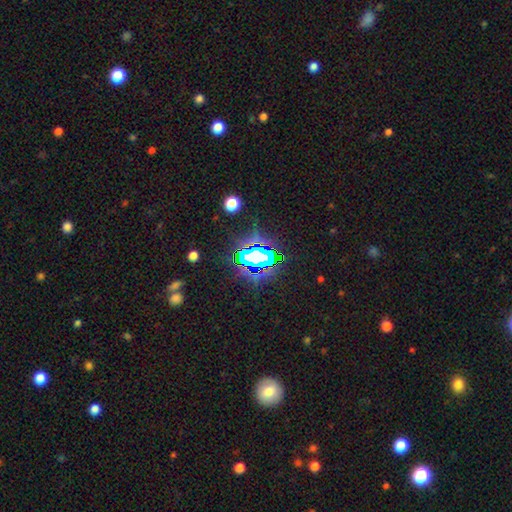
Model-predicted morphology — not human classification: Q: Smooth or featured?
A: star or artifact (72%); runner-up: smooth (15%)